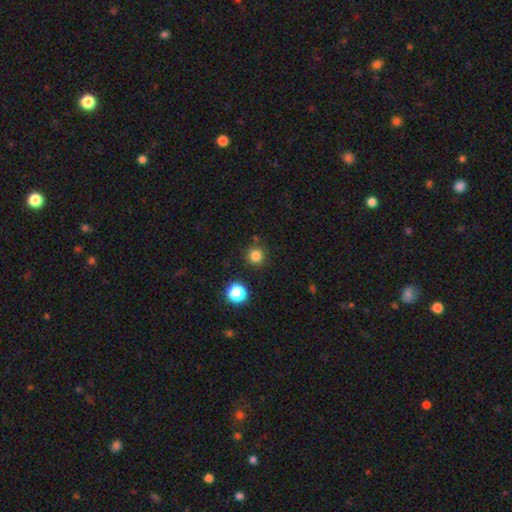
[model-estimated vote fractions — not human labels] smooth-or-featured: smooth: 81% | star or artifact: 15% | featured or disk: 4%
  how-rounded: round: 95% | in between: 4% | cigar-shaped: 1%
  merging: none: 88% | minor disturbance: 7% | merger: 3% | major disturbance: 2%